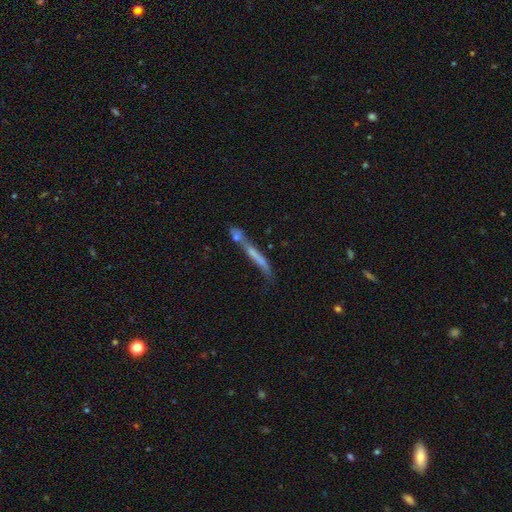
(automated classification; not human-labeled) smooth_or_featured: featured or disk (p=0.49) [alt: smooth p=0.40]
merging: none (p=0.41) [alt: merger p=0.30]